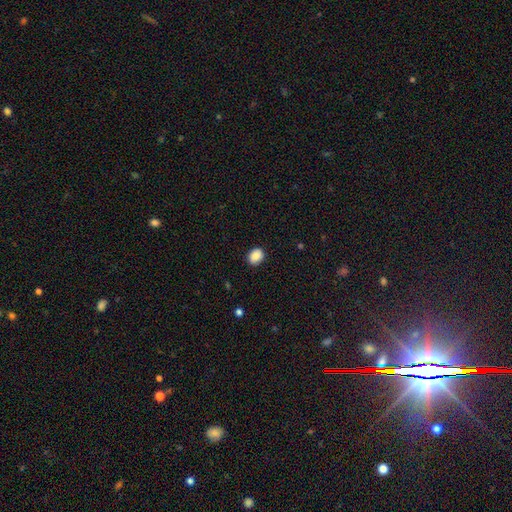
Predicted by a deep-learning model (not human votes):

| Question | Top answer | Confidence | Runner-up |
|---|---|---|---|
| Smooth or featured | smooth | 87% | star or artifact (8%) |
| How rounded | in between | 56% | round (44%) |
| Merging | none | 88% | minor disturbance (9%) |